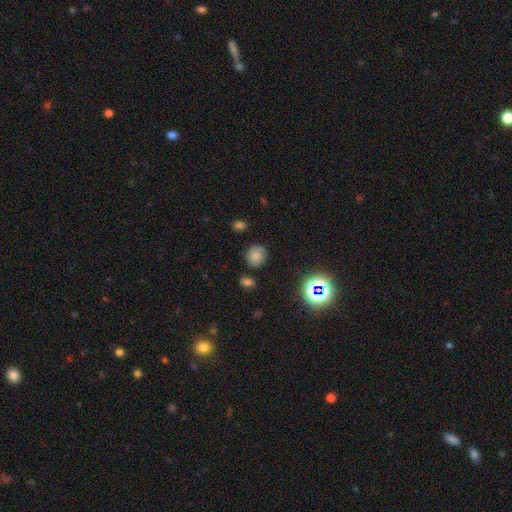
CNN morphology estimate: This appears to be a smooth galaxy with no disk features (75%) that is round (78%). Merging: none (78%).